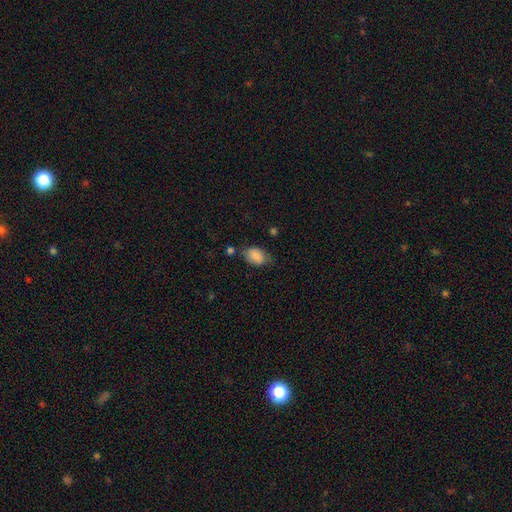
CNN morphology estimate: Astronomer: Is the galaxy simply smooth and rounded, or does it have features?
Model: smooth — 82%.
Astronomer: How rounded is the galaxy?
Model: in between — 85%.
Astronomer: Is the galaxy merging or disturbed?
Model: none — 56% (runner-up: minor disturbance, 31%).